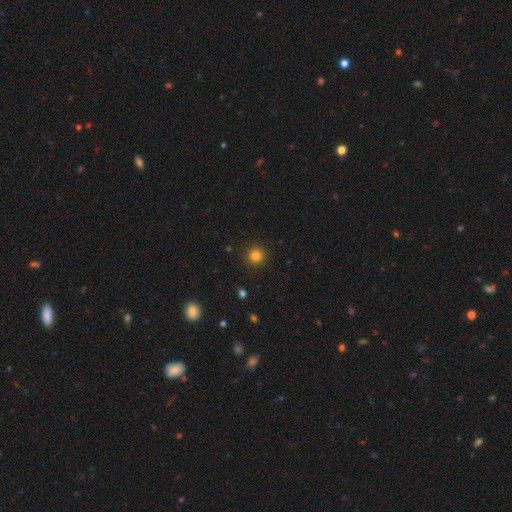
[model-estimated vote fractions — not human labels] Morphology: type=smooth (82%); roundness=round (94%); merging=none (91%).